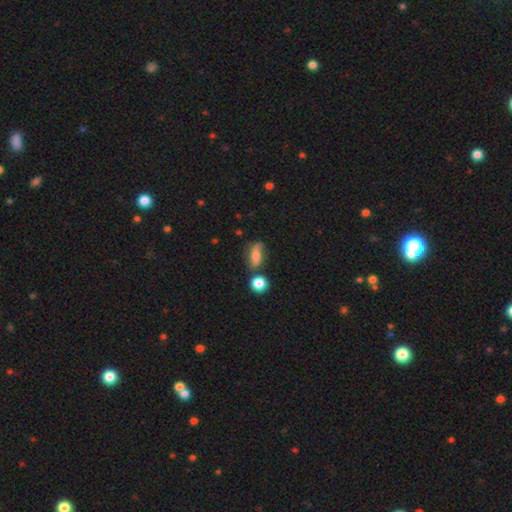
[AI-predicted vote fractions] smooth 57%, featured or disk 32%, star or artifact 12%. Down the decision tree: how rounded — in between (67%); merging — none (55%).